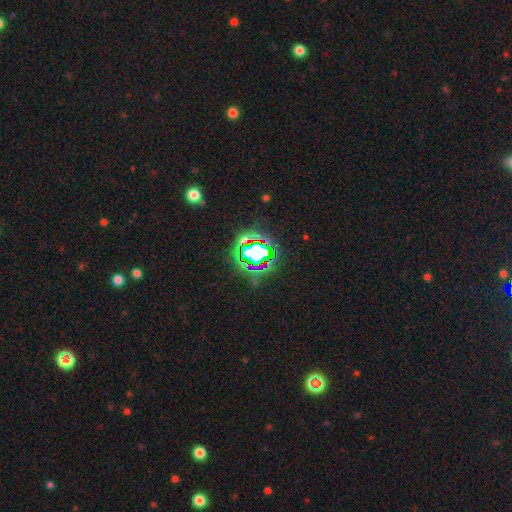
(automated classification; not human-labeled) A star or artifact, not a galaxy (68%).